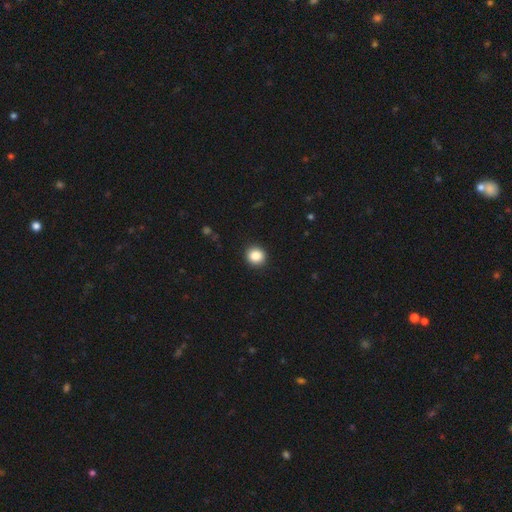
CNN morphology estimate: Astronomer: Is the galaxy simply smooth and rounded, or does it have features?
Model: smooth — 87%.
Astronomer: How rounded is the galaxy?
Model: round — 89%.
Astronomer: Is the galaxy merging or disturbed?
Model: none — 92%.